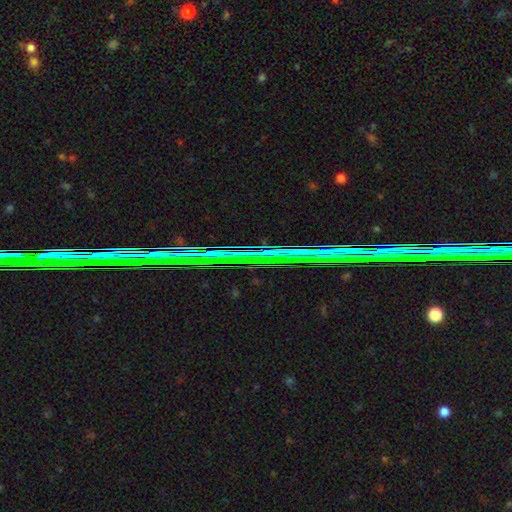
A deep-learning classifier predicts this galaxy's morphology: This is clearly a star or artifact rather than a galaxy (84%).